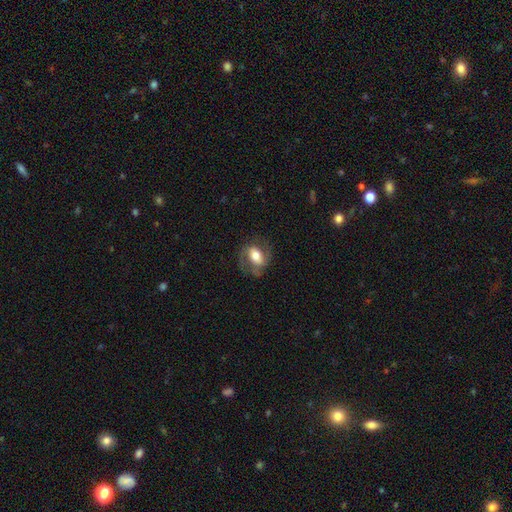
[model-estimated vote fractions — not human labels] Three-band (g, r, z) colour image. It shows a featured or disk galaxy (53%). Merging: none (63%).